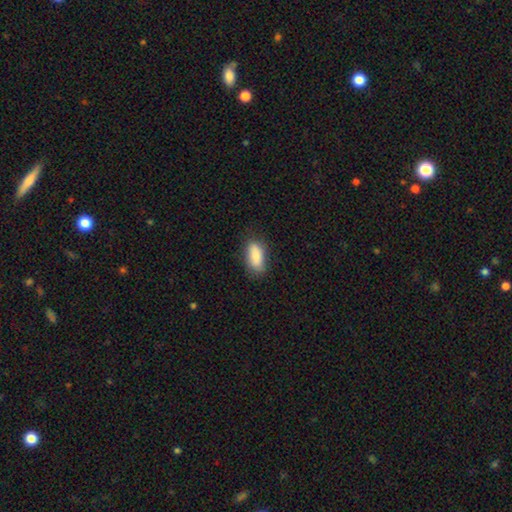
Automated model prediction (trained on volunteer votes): Smooth or featured? smooth (86%)
How rounded? in between (85%)
Merging? none (78%)